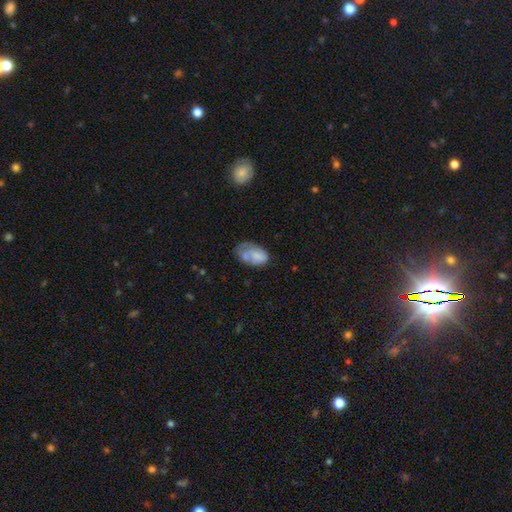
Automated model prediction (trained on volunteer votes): Smooth or featured? Predicted: smooth (p=0.63). How rounded? Predicted: in between (p=0.89). Merging? Predicted: none (p=0.36).